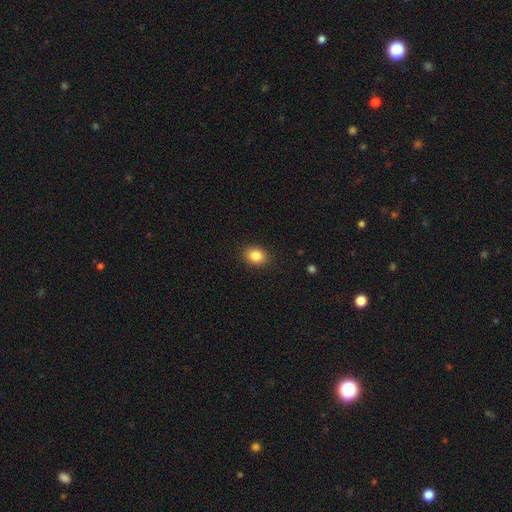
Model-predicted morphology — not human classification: type=smooth (85%); roundness=in between (52%); merging=none (89%).